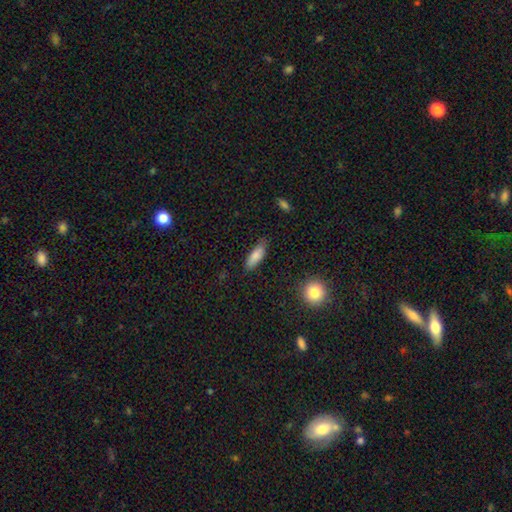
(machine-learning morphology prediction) A smooth galaxy with no disk features (83%) that is in between round and cigar-shaped (62%).

Vote fractions:
- Smooth or featured? smooth: 83% / featured or disk: 10% / star or artifact: 7%
- How rounded? in between: 62% / cigar-shaped: 36% / round: 2%
- Merging? none: 79% / minor disturbance: 17% / major disturbance: 3% / merger: 2%